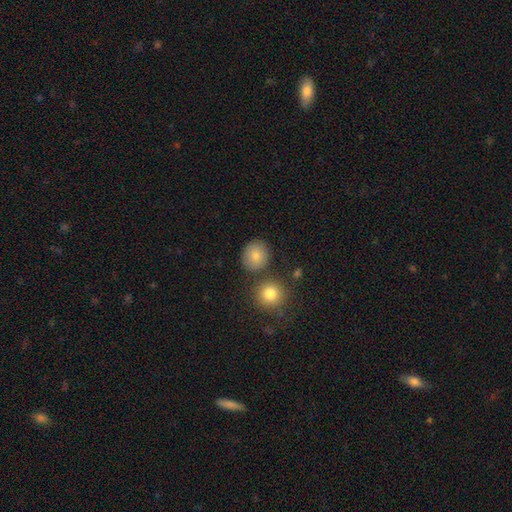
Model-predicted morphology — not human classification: type=smooth (84%); roundness=round (85%); merging=none (80%).